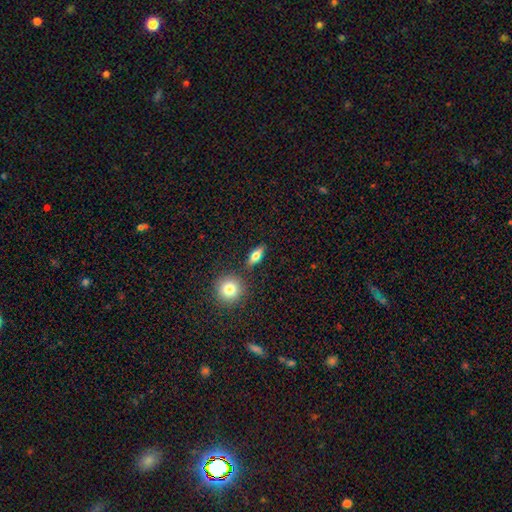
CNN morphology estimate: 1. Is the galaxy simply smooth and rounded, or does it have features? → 67% smooth, 25% featured or disk, 8% star or artifact.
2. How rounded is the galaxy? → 65% in between, 24% cigar-shaped, 11% round.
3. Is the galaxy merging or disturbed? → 83% none, 9% minor disturbance, 5% merger, 3% major disturbance.